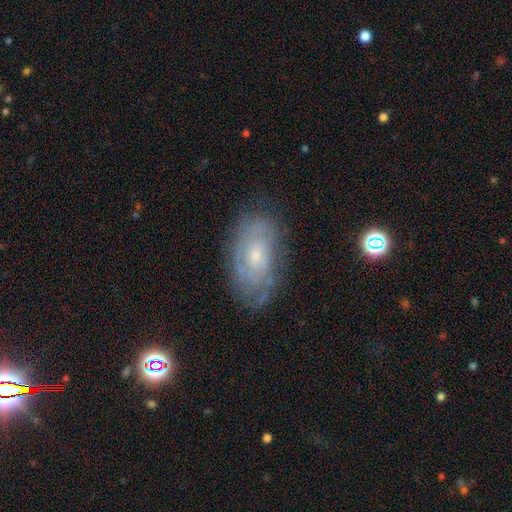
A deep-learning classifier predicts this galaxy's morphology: Smooth or featured: featured or disk — 69% (smooth — 23%)
Edge-on disk: no — 94% (yes — 6%)
Bar: no — 77% (weak — 20%)
Spiral arms: yes — 79% (no — 21%)
Spiral winding: tight — 66% (medium — 26%)
Spiral arm count: can't tell — 60% (2 — 21%)
Bulge size: small — 60% (moderate — 33%)
Merging: none — 70% (minor disturbance — 21%)